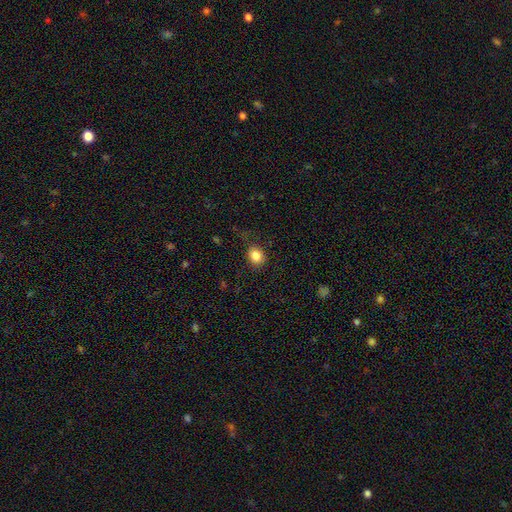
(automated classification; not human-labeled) This appears to be a smooth galaxy with no disk features (83%) that is round (58%). Merging: none (77%).